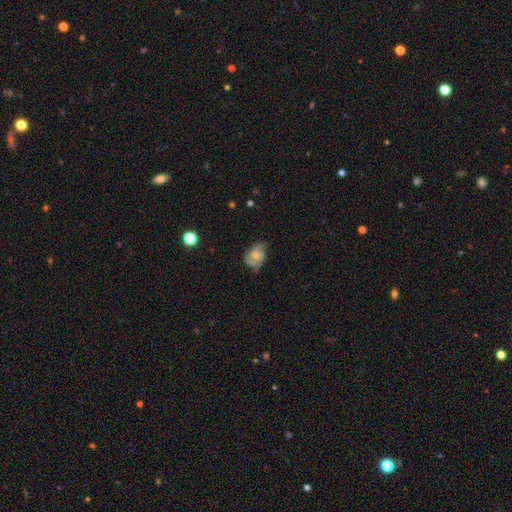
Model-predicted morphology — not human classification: A featured or disk galaxy (54%) with no bar (77%), spiral arms (85%) and a small central bulge (50%). Merging: none (54%).